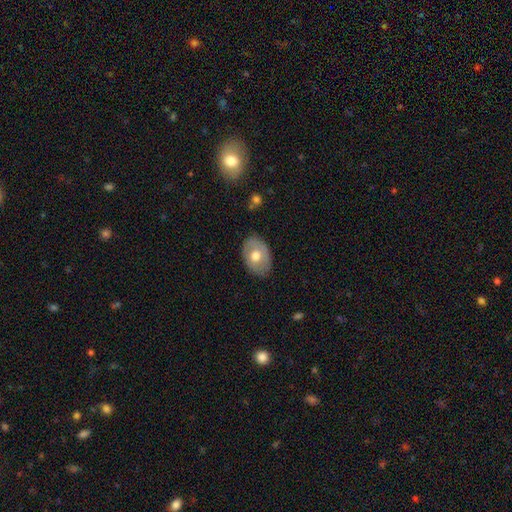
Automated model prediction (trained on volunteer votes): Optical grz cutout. It shows a smooth galaxy with no disk features (56%) that is in between round and cigar-shaped (83%). Merging: none (80%).